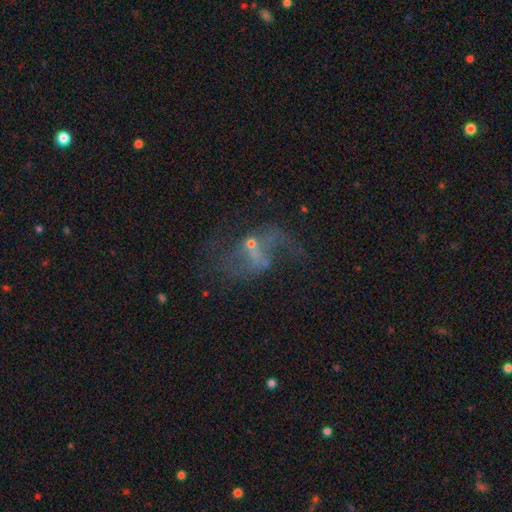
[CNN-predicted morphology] Smooth or featured? Predicted: featured or disk (p=0.68). Edge-on disk? Predicted: no (p=0.97). Bar? Predicted: no (p=0.48). Spiral arms? Predicted: yes (p=0.70). Bulge size? Predicted: small (p=0.57). Merging? Predicted: none (p=0.43).